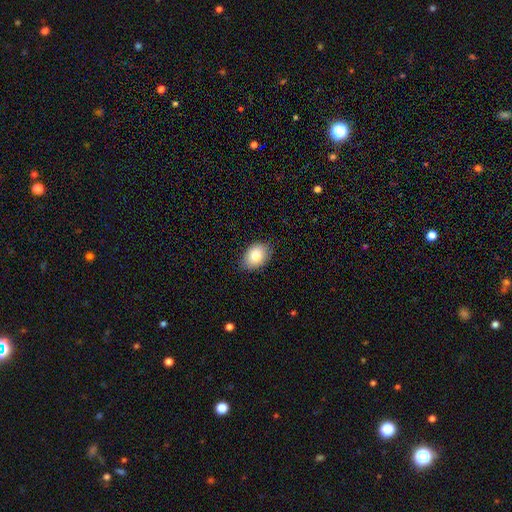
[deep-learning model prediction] Morphology: type=smooth (80%); roundness=in between (75%); merging=none (86%).